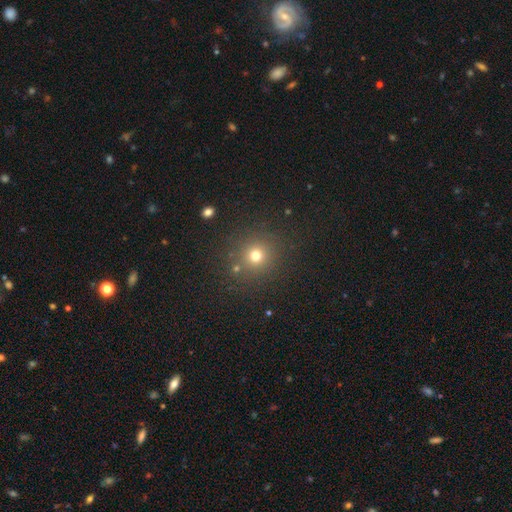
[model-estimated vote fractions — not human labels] Smooth or featured? Predicted: smooth (p=0.72). How rounded? Predicted: round (p=0.91). Merging? Predicted: none (p=0.85).